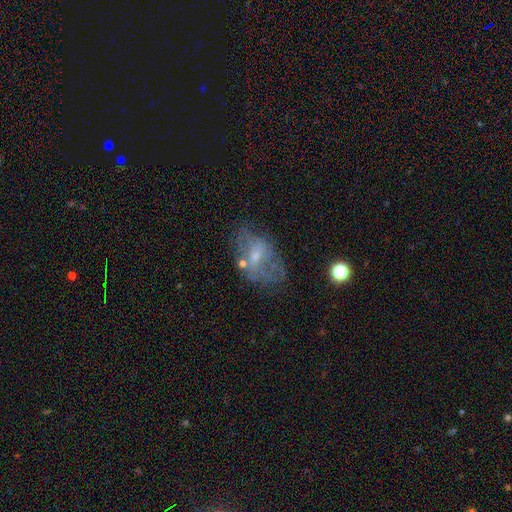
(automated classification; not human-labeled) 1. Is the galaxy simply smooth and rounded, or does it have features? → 52% featured or disk, 34% smooth, 13% star or artifact.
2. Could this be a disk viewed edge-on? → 94% no, 6% yes.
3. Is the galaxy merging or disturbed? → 44% none, 24% minor disturbance, 24% major disturbance, 8% merger.